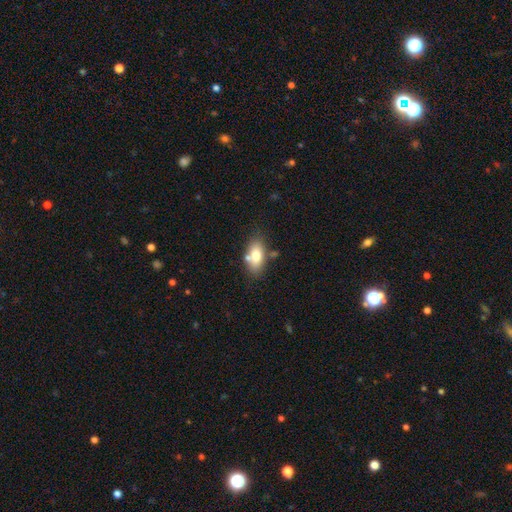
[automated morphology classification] type=smooth (76%); roundness=in between (88%); merging=none (68%).